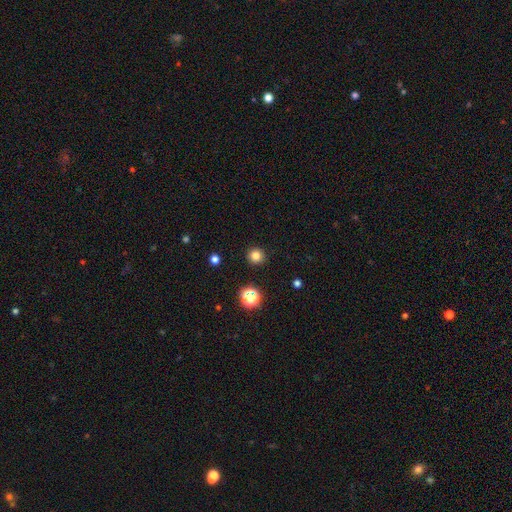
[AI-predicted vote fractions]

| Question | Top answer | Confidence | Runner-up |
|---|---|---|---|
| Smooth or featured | smooth | 80% | star or artifact (15%) |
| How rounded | round | 95% | in between (4%) |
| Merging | none | 92% | minor disturbance (5%) |